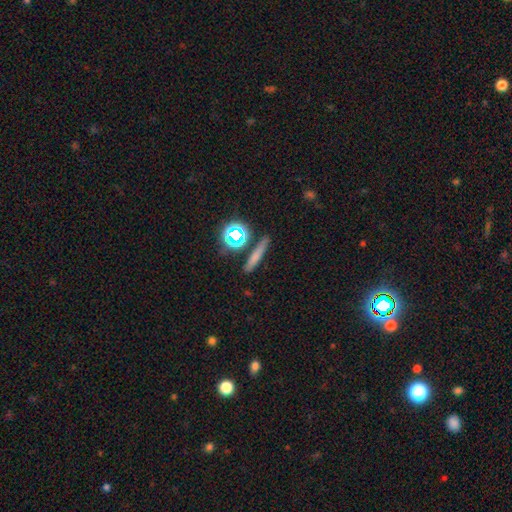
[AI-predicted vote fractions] This appears to be a smooth galaxy with no disk features (64%) that is cigar-shaped (79%). Merging: none (83%).